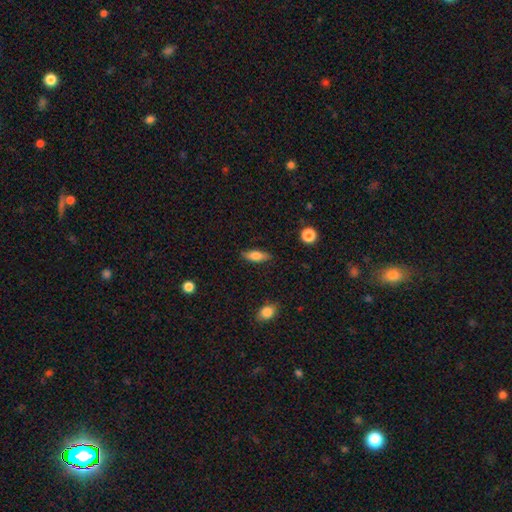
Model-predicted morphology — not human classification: smooth-or-featured: smooth: 71% | featured or disk: 22% | star or artifact: 7%
  how-rounded: in between: 64% | cigar-shaped: 33% | round: 3%
  merging: none: 83% | minor disturbance: 13% | major disturbance: 3% | merger: 1%